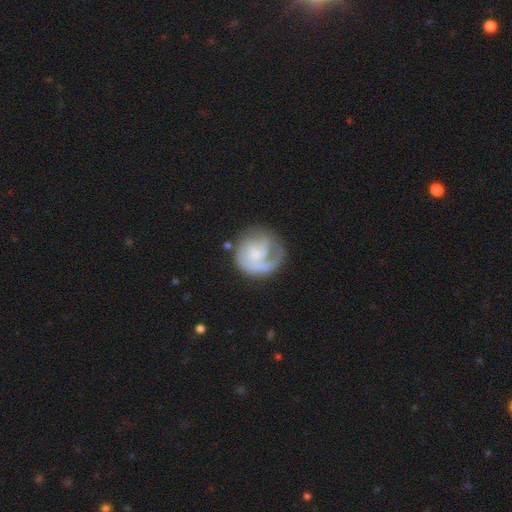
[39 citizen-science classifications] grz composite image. It shows a featured or disk galaxy (67%) with no bar (62%), 2 (50%) tight (64%) spiral arms (85%) and a small central bulge (35%). Merging: none (51%).